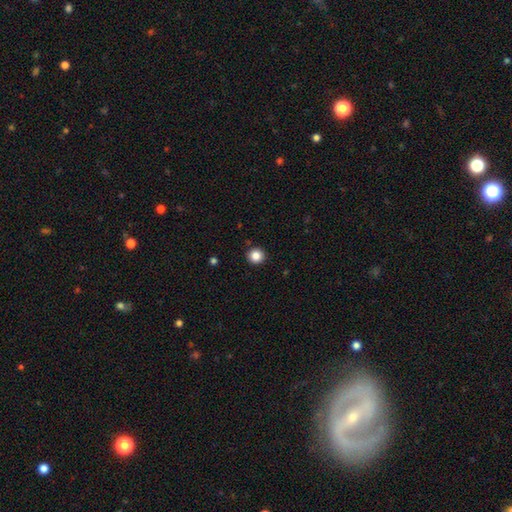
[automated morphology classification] Smooth or featured? Predicted: smooth (p=0.85). How rounded? Predicted: round (p=0.94). Merging? Predicted: none (p=0.93).